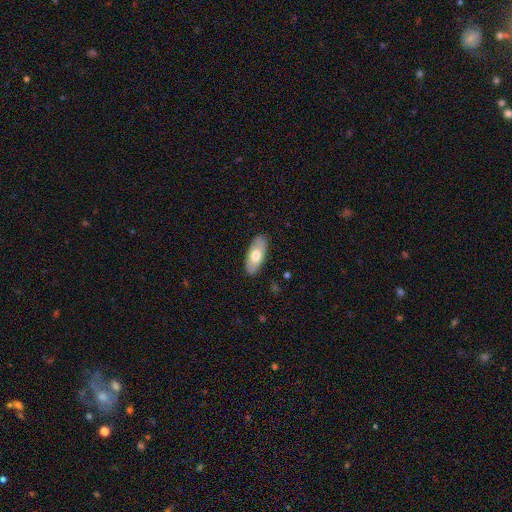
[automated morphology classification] Smooth or featured? Predicted: smooth (p=0.68). How rounded? Predicted: in between (p=0.87). Merging? Predicted: none (p=0.88).